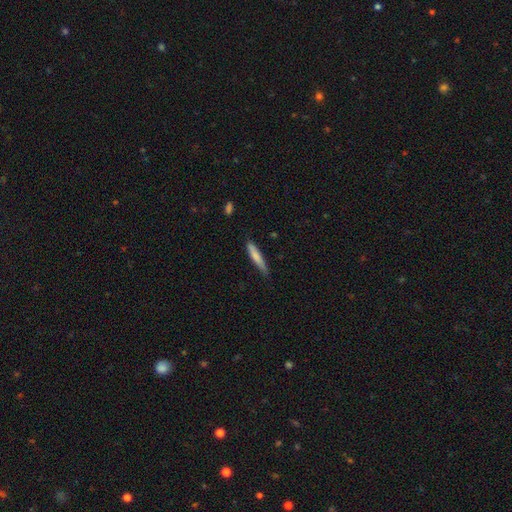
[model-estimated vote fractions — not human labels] Morphology: type=smooth (74%); roundness=cigar-shaped (90%); merging=none (74%).